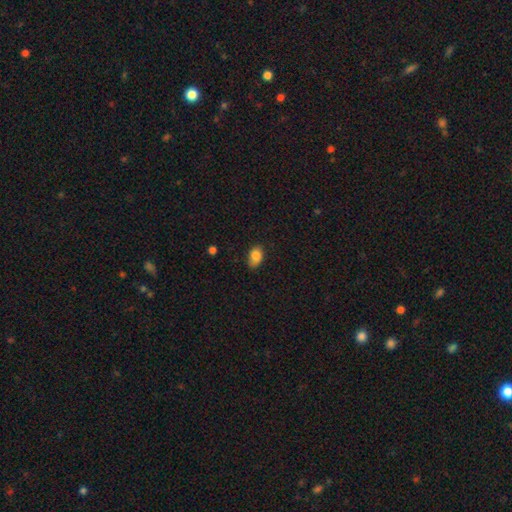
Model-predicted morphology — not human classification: Q: Smooth or featured?
A: smooth (85%); runner-up: star or artifact (8%)
Q: How rounded?
A: in between (84%); runner-up: round (14%)
Q: Merging?
A: none (73%); runner-up: minor disturbance (22%)